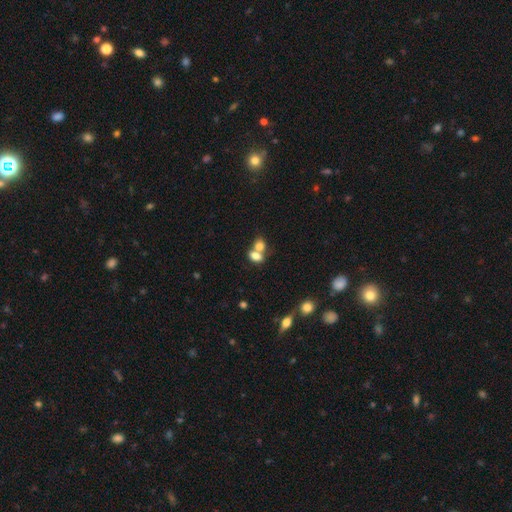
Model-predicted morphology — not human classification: Smooth or featured?
  - smooth: 76% *
  - featured or disk: 14%
  - star or artifact: 10%
How rounded?
  - in between: 71% *
  - round: 27%
  - cigar-shaped: 2%
Merging?
  - merger: 60% *
  - none: 28%
  - minor disturbance: 7%
  - major disturbance: 4%